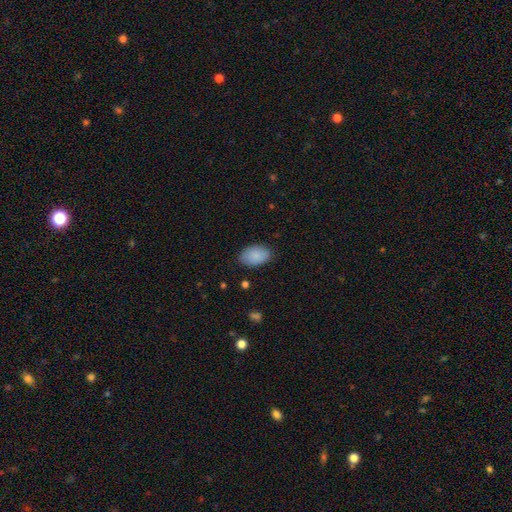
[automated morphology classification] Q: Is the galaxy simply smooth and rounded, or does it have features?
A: smooth — 88%.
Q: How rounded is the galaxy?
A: in between — 91%.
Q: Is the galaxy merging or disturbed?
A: none — 84%.